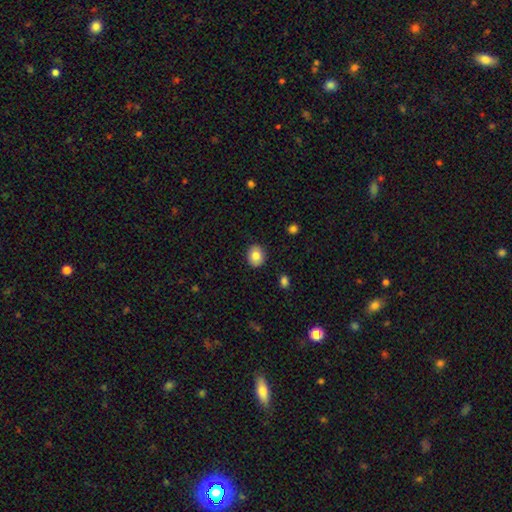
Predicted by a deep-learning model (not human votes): A smooth galaxy with no disk features (83%) that is round (63%).

Vote fractions:
- Smooth or featured? smooth: 83% / featured or disk: 9% / star or artifact: 8%
- How rounded? round: 63% / in between: 36% / cigar-shaped: 1%
- Merging? none: 89% / minor disturbance: 8% / major disturbance: 2% / merger: 1%